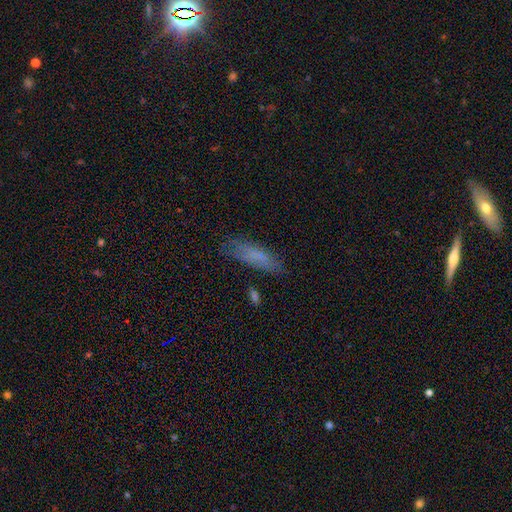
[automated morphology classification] smooth 70%, featured or disk 21%, star or artifact 10%. Down the decision tree: how rounded — cigar-shaped (56%); merging — none (72%).